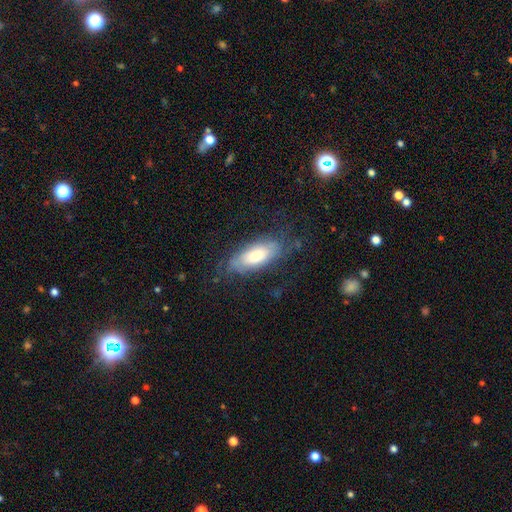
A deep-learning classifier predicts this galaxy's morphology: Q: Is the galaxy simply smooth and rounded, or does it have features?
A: smooth — 53%.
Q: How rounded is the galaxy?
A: in between — 78%.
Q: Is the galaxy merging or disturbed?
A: none — 65%.